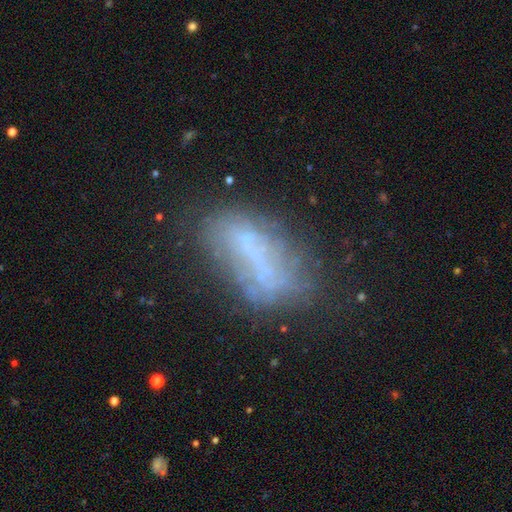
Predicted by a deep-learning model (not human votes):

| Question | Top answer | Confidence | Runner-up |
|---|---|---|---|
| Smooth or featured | featured or disk | 44% | smooth (39%) |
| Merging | none | 44% | minor disturbance (24%) |